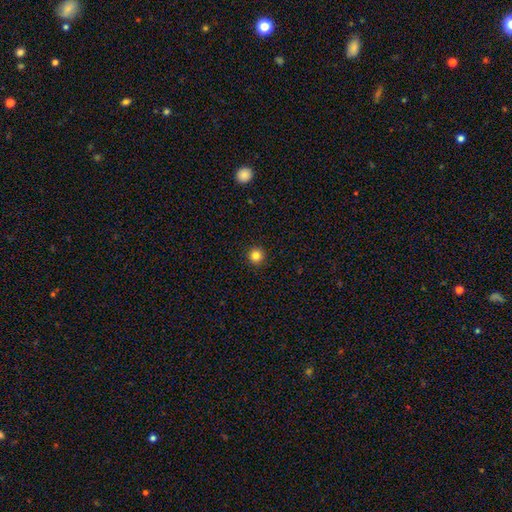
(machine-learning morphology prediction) The model was most divided on "smooth or featured": smooth: 84%, star or artifact: 12%, featured or disk: 4%. More confident: how rounded — round (96%); merging — none (93%).